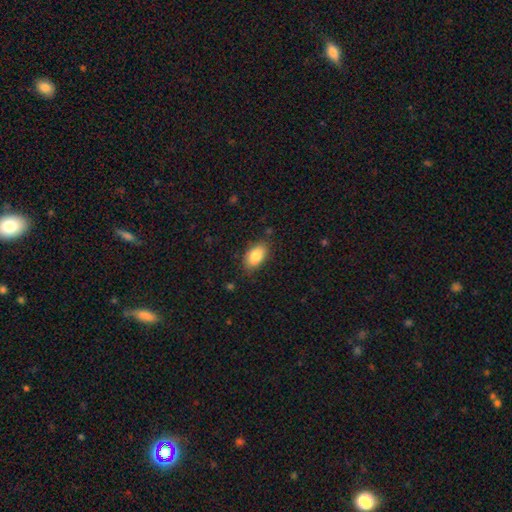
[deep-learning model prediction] Smooth or featured: smooth — 85% (featured or disk — 8%)
How rounded: in between — 92% (round — 5%)
Merging: none — 80% (minor disturbance — 15%)